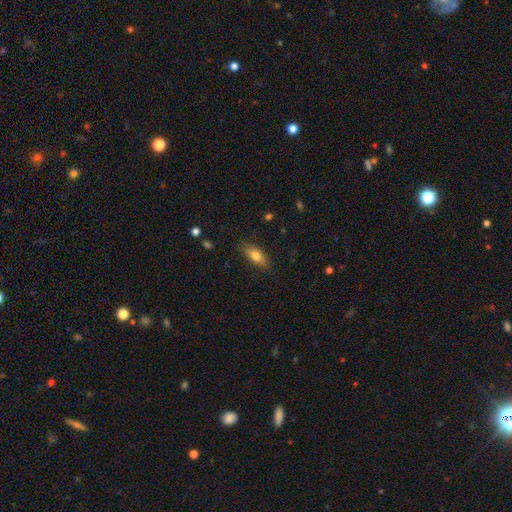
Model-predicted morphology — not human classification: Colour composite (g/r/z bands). It shows a smooth galaxy with no disk features (76%) that is in between round and cigar-shaped (73%). Merging: none (84%).